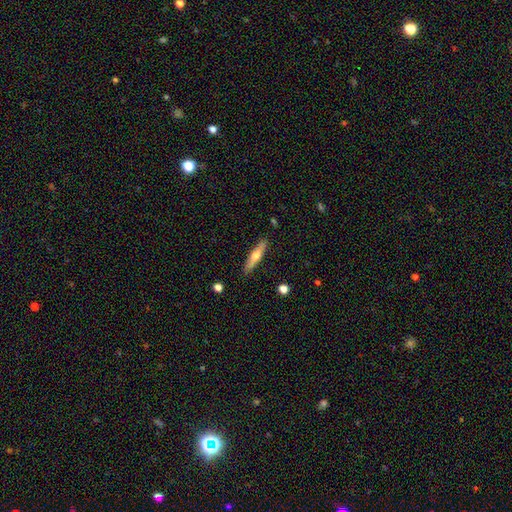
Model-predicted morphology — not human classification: Q: Smooth or featured?
A: smooth (48%); runner-up: featured or disk (46%)
Q: Merging?
A: none (88%); runner-up: minor disturbance (8%)